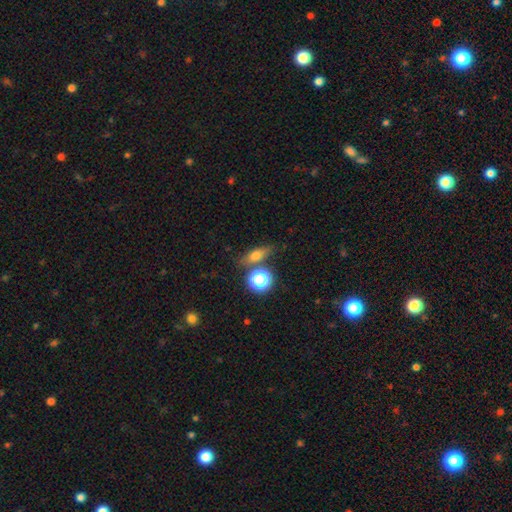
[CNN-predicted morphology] Smooth or featured: smooth — 61% (featured or disk — 23%)
How rounded: in between — 44% (cigar-shaped — 35%)
Merging: none — 73% (minor disturbance — 12%)